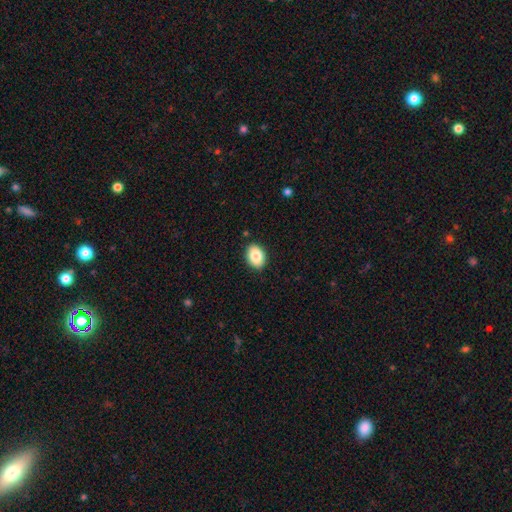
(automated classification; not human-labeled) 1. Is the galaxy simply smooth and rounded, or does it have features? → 85% smooth, 8% featured or disk, 8% star or artifact.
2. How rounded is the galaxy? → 77% in between, 22% round, 1% cigar-shaped.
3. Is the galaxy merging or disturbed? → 89% none, 8% minor disturbance, 2% major disturbance, 1% merger.